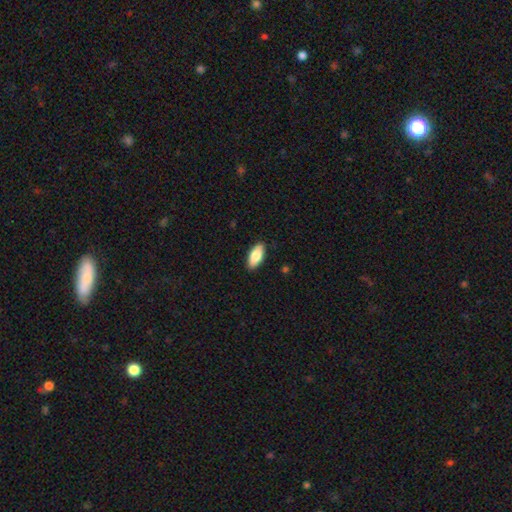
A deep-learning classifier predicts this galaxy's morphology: Smooth or featured? Predicted: smooth (p=0.83). How rounded? Predicted: in between (p=0.87). Merging? Predicted: none (p=0.90).